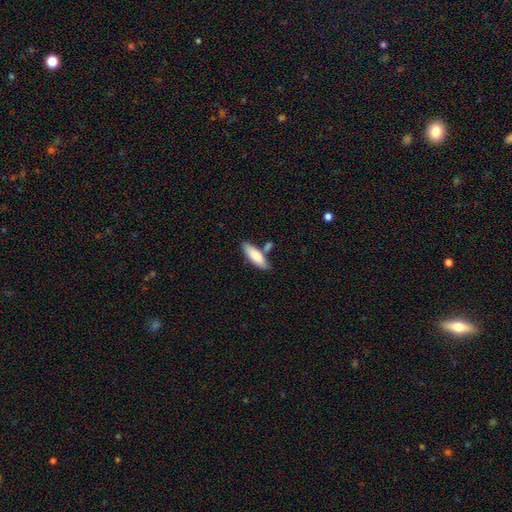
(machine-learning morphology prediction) Smooth or featured?
  - smooth: 83% *
  - featured or disk: 11%
  - star or artifact: 6%
How rounded?
  - in between: 52% *
  - cigar-shaped: 46%
  - round: 2%
Merging?
  - none: 69% *
  - minor disturbance: 15%
  - merger: 13%
  - major disturbance: 3%